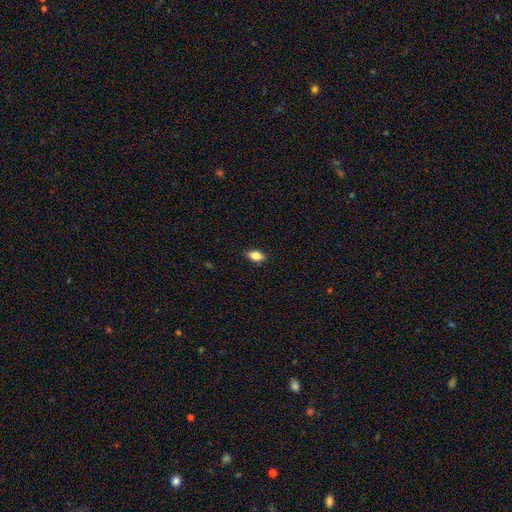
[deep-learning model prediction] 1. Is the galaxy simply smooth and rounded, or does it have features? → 79% smooth, 12% featured or disk, 8% star or artifact.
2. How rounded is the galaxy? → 86% in between, 7% cigar-shaped, 7% round.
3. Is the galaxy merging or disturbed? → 87% none, 10% minor disturbance, 2% major disturbance, 1% merger.